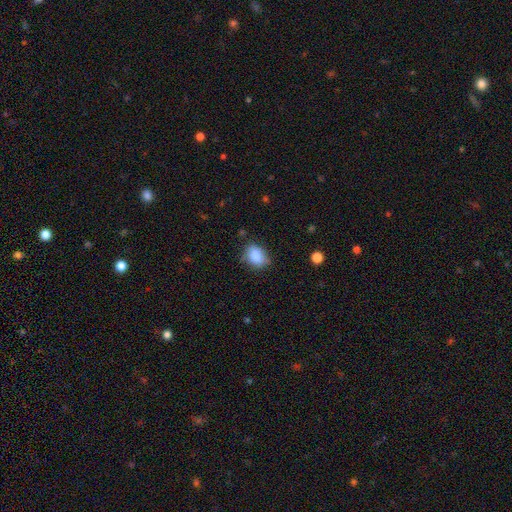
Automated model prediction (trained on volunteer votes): Q: Smooth or featured?
A: smooth (86%); runner-up: star or artifact (8%)
Q: How rounded?
A: in between (71%); runner-up: round (28%)
Q: Merging?
A: none (67%); runner-up: minor disturbance (25%)